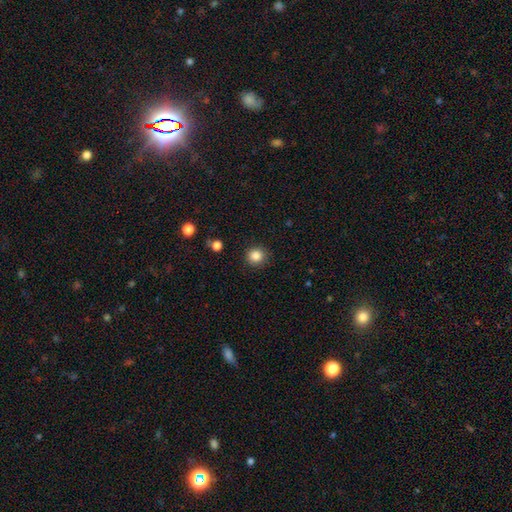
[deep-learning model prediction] A smooth galaxy with no disk features (85%) that is round (91%).

Vote fractions:
- Smooth or featured? smooth: 85% / star or artifact: 11% / featured or disk: 4%
- How rounded? round: 91% / in between: 8% / cigar-shaped: 1%
- Merging? none: 89% / minor disturbance: 7% / major disturbance: 2% / merger: 1%